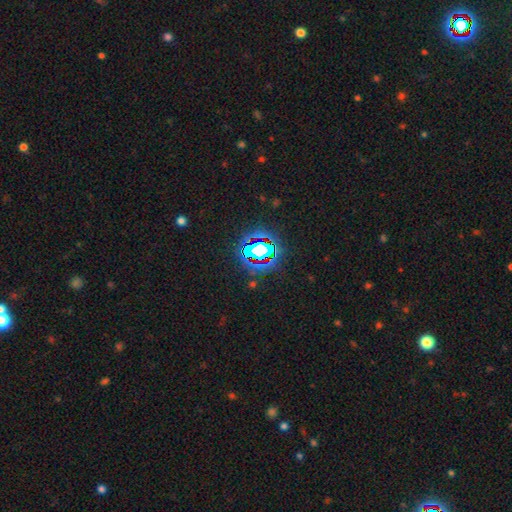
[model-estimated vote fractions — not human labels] The model was most divided on "smooth or featured": star or artifact: 83%, smooth: 10%, featured or disk: 7%.